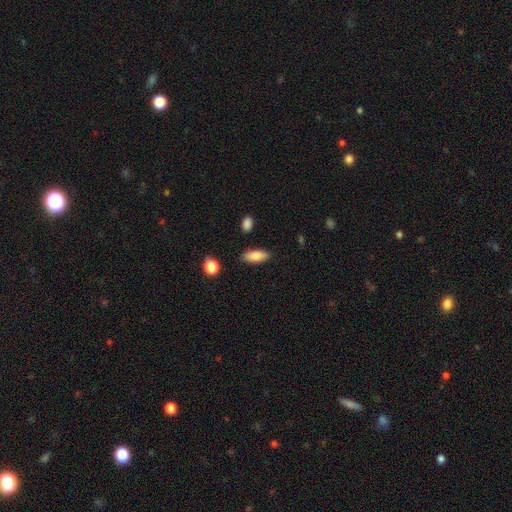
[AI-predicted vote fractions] Overall: smooth (84%). How rounded: in between (80%). Merging: none (85%).